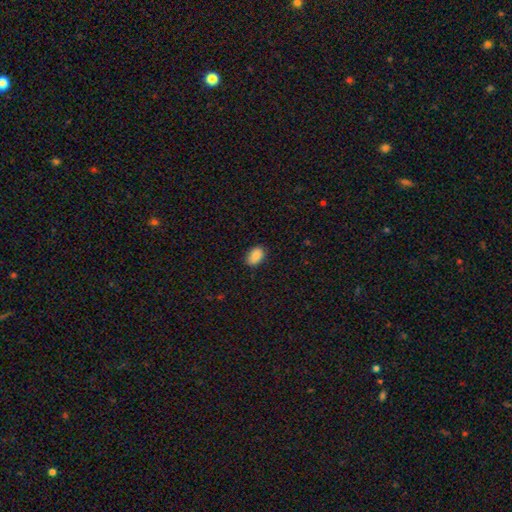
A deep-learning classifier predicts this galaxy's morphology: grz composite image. It shows a smooth galaxy with no disk features (88%) that is in between round and cigar-shaped (85%). Merging: none (84%).